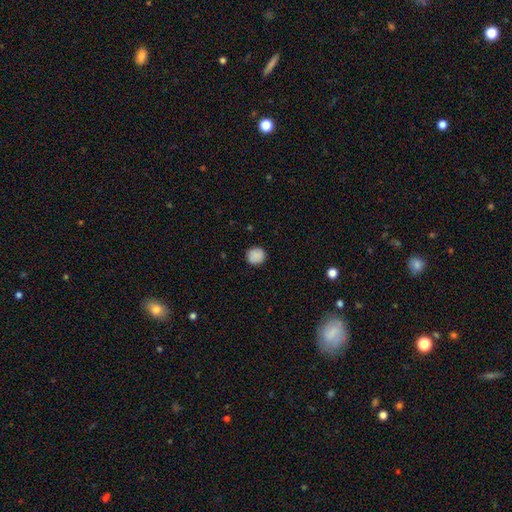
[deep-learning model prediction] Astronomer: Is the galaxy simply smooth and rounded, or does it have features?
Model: smooth — 89%.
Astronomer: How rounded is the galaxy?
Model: round — 90%.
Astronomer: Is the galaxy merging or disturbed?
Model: none — 89%.